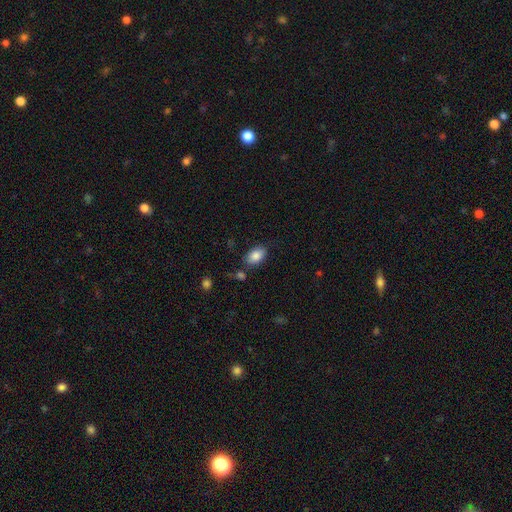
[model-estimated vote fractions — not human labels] smooth 86%, star or artifact 8%, featured or disk 7%. Down the decision tree: how rounded — in between (89%); merging — none (77%).